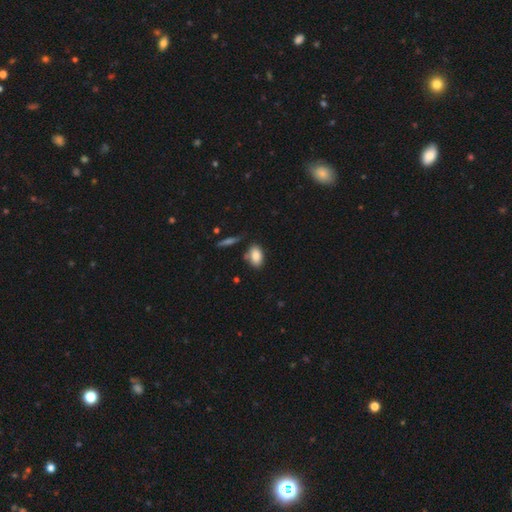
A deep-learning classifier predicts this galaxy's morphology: Smooth or featured? smooth (86%)
How rounded? in between (90%)
Merging? none (73%)